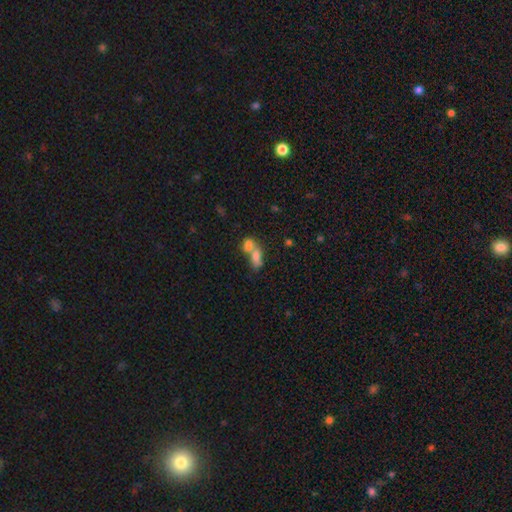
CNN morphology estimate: This appears to be a smooth galaxy with no disk features (72%) that is in between round and cigar-shaped (76%). Merging: merger (67%).